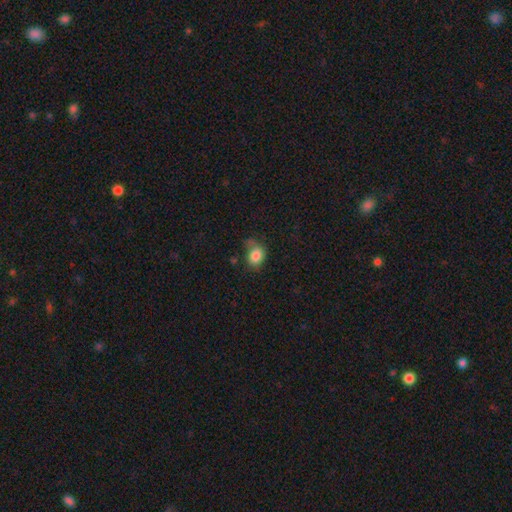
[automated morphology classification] Smooth or featured?
  - smooth: 84% *
  - star or artifact: 9%
  - featured or disk: 7%
How rounded?
  - in between: 54% *
  - round: 45%
  - cigar-shaped: 1%
Merging?
  - none: 50% *
  - minor disturbance: 31%
  - major disturbance: 13%
  - merger: 6%